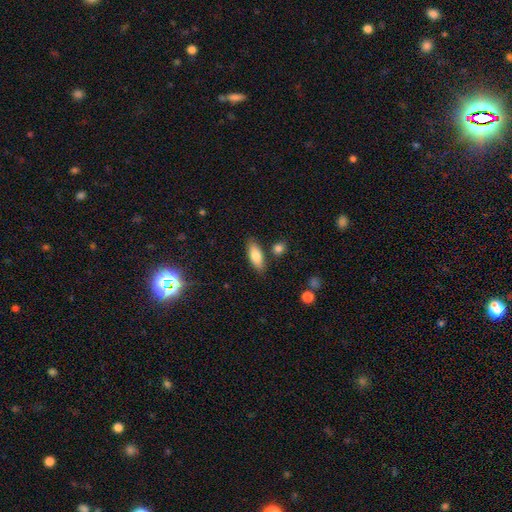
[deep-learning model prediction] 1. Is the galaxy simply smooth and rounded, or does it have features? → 81% smooth, 12% featured or disk, 7% star or artifact.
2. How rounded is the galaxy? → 76% in between, 21% cigar-shaped, 3% round.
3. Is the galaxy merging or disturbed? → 81% none, 11% minor disturbance, 5% merger, 3% major disturbance.